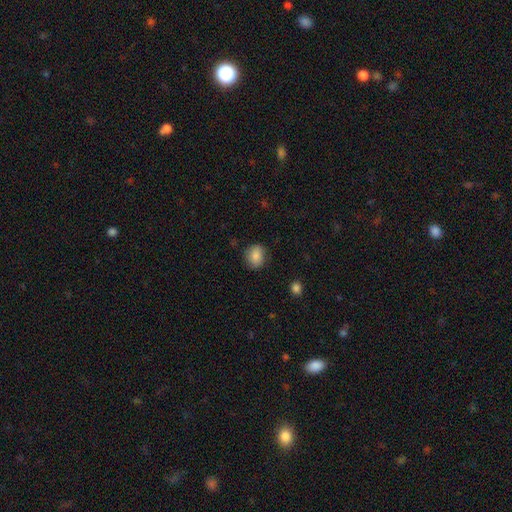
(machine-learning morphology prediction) This is clearly a smooth galaxy (86%). How rounded: possibly round (58%). Merging: clearly none (83%).